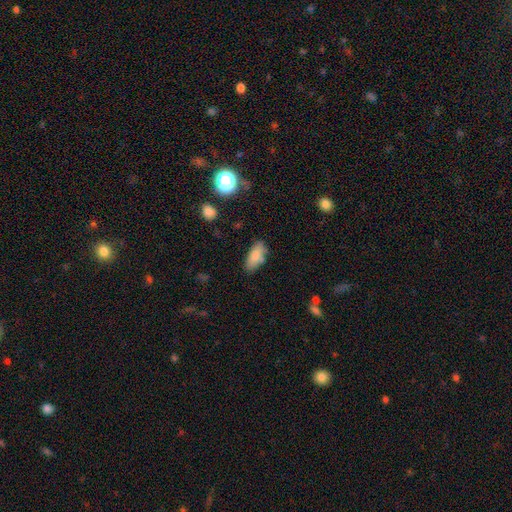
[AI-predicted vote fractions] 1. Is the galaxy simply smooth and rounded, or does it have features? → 82% smooth, 10% featured or disk, 7% star or artifact.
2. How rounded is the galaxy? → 87% in between, 10% cigar-shaped, 3% round.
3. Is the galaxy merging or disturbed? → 74% none, 18% minor disturbance, 4% merger, 4% major disturbance.